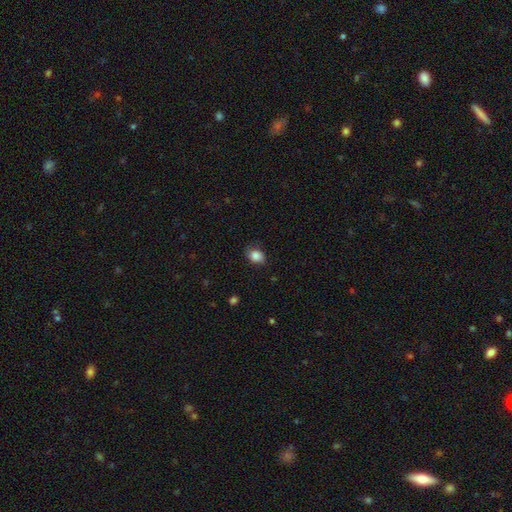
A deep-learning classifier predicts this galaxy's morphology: The model was most divided on "how rounded": in between: 62%, round: 37%, cigar-shaped: 1%. More confident: smooth or featured — smooth (84%); merging — none (75%).